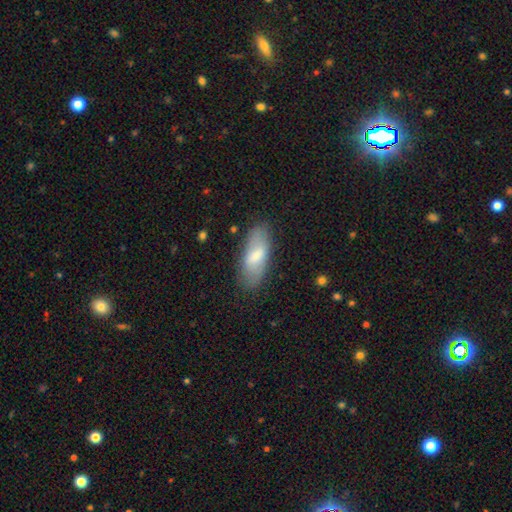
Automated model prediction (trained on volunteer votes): Smooth or featured? Predicted: smooth (p=0.66). How rounded? Predicted: in between (p=0.78). Merging? Predicted: none (p=0.81).